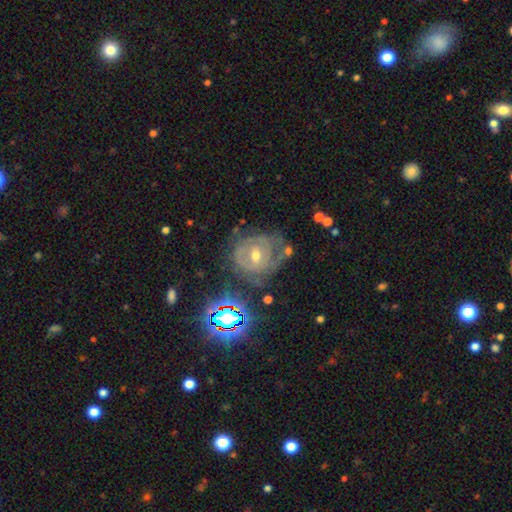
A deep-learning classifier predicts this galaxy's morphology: Overall: featured or disk (67%). Edge-on disk: no (96%). Bar: no (43%, tied with weak). Spiral arms: yes (71%). Bulge size: moderate (65%; small 29%). Merging: none (48%; minor disturbance 25%).